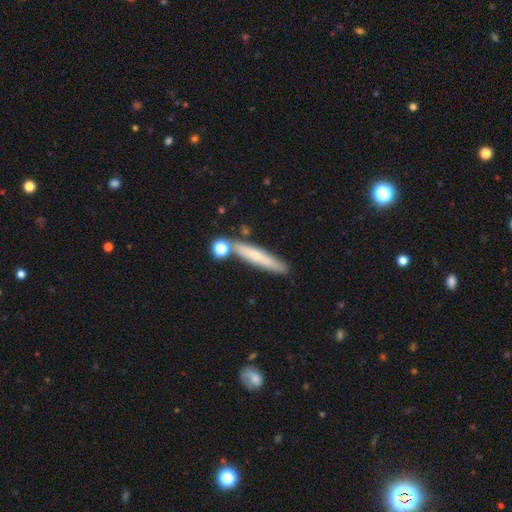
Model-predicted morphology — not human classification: Smooth or featured?
  - smooth: 57% *
  - featured or disk: 35%
  - star or artifact: 8%
How rounded?
  - cigar-shaped: 90% *
  - in between: 8%
  - round: 2%
Merging?
  - none: 75% *
  - minor disturbance: 12%
  - merger: 10%
  - major disturbance: 3%